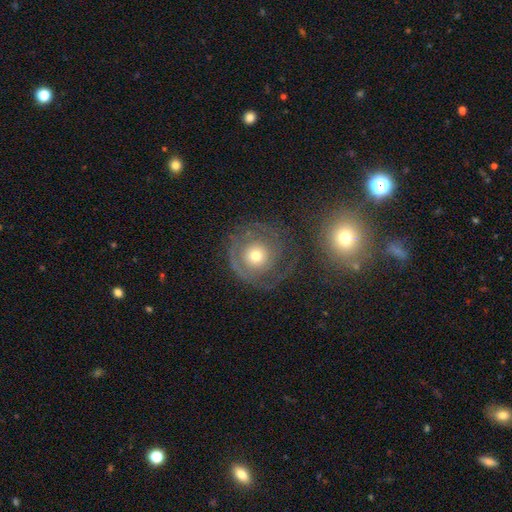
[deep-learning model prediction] Smooth or featured? featured or disk (61%)
Edge-on disk? no (96%)
Bar? no (86%)
Spiral arms? yes (68%)
Bulge size? moderate (62%)
Merging? none (62%)